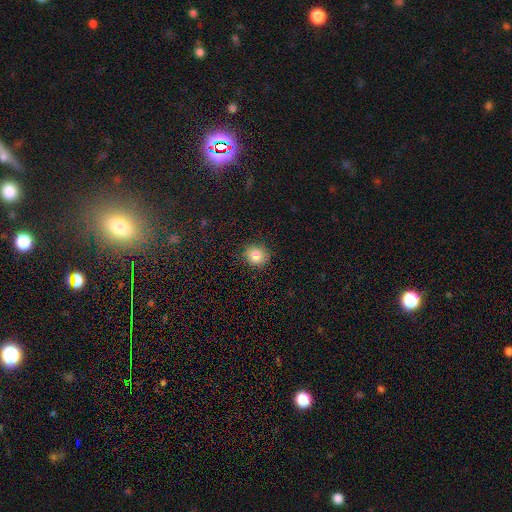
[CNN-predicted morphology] Smooth or featured? smooth (83%)
How rounded? round (78%)
Merging? none (86%)